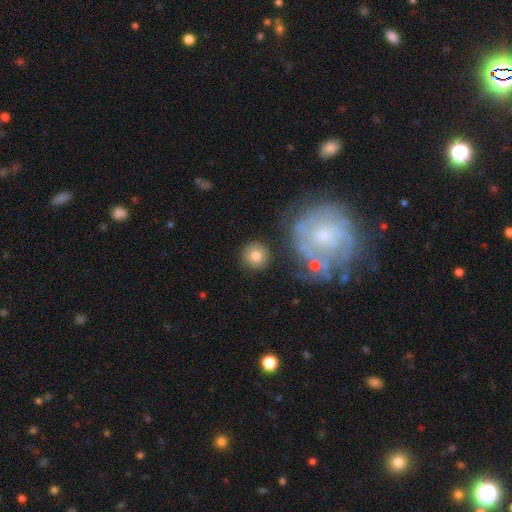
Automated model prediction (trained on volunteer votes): Q: Smooth or featured?
A: smooth (81%); runner-up: featured or disk (11%)
Q: How rounded?
A: round (93%); runner-up: in between (6%)
Q: Merging?
A: none (83%); runner-up: minor disturbance (9%)